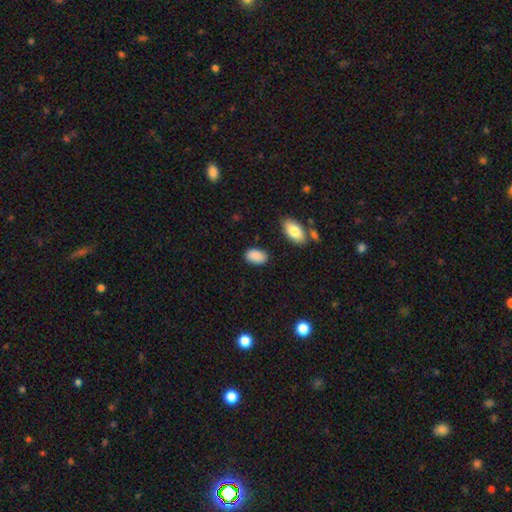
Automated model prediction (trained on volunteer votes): smooth-or-featured: smooth: 89% | star or artifact: 7% | featured or disk: 4%
  how-rounded: in between: 93% | round: 6% | cigar-shaped: 2%
  merging: none: 84% | minor disturbance: 11% | major disturbance: 3% | merger: 2%